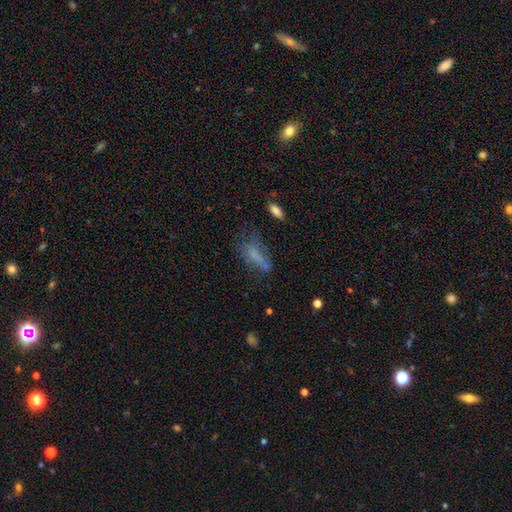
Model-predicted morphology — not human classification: A smooth galaxy with no disk features (54%) that is in between round and cigar-shaped (58%). Merging: none (40%).